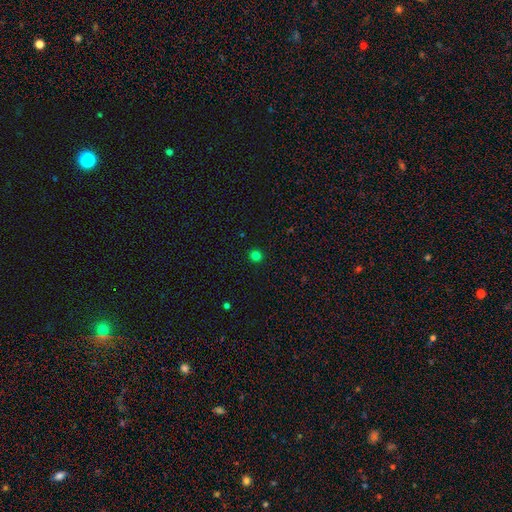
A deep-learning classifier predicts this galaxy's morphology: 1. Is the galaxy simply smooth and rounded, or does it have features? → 81% smooth, 16% star or artifact, 3% featured or disk.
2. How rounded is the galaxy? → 93% round, 6% in between, 1% cigar-shaped.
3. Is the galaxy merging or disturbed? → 93% none, 4% minor disturbance, 2% major disturbance, 1% merger.